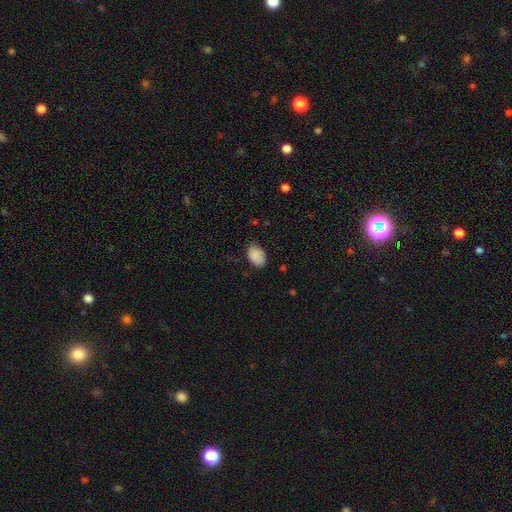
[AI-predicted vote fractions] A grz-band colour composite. It shows a smooth galaxy with no disk features (89%) that is in between round and cigar-shaped (85%). Merging: none (79%).